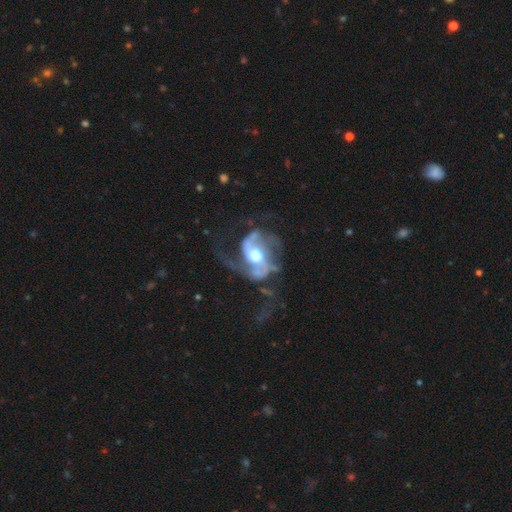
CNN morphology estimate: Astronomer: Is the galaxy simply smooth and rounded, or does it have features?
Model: featured or disk — 87%.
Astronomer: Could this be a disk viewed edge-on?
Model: no — 97%.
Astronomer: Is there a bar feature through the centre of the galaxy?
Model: no — 47% (runner-up: weak, 35%).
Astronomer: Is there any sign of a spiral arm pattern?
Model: yes — 94%.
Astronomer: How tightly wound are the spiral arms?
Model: medium — 44% (runner-up: loose, 43%).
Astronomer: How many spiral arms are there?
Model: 2 — 71%.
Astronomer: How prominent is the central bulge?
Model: moderate — 62%.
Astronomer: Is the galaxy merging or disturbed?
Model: none — 42% (runner-up: major disturbance, 36%).